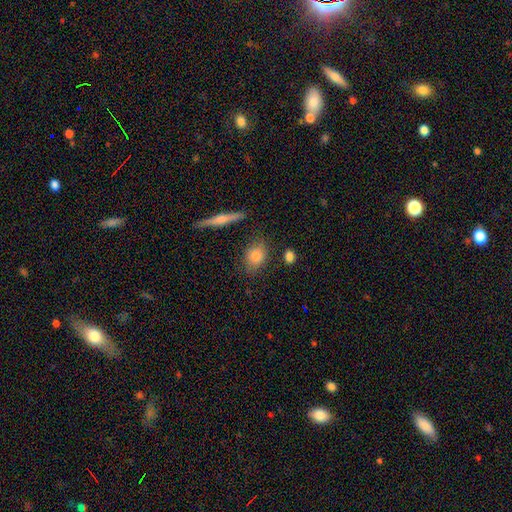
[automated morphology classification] Smooth or featured?
  - smooth: 78% *
  - featured or disk: 13%
  - star or artifact: 9%
How rounded?
  - in between: 61% *
  - round: 33%
  - cigar-shaped: 6%
Merging?
  - none: 77% *
  - minor disturbance: 15%
  - merger: 4%
  - major disturbance: 4%